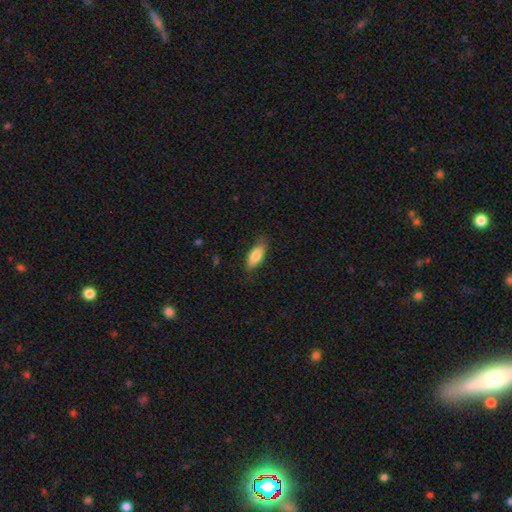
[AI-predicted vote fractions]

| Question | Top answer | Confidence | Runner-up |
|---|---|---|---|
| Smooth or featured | smooth | 82% | featured or disk (12%) |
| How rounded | in between | 75% | cigar-shaped (23%) |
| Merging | none | 78% | minor disturbance (17%) |